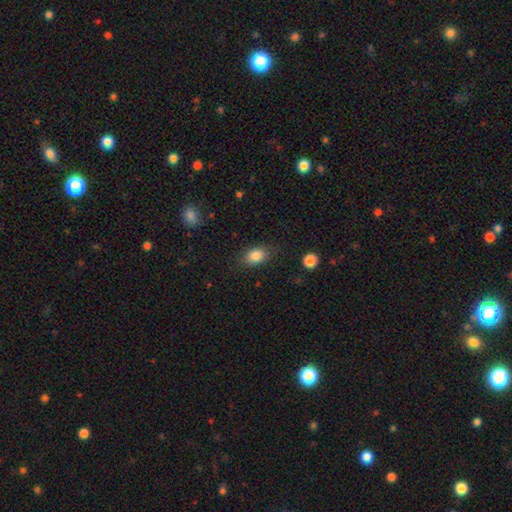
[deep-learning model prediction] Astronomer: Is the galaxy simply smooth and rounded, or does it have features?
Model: smooth — 85%.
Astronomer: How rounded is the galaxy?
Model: in between — 81%.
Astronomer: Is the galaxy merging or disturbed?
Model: none — 82%.